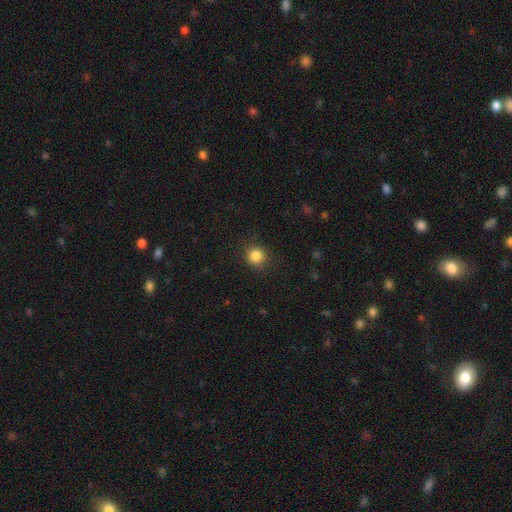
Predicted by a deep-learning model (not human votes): Overall: smooth (84%). How rounded: round (92%). Merging: none (89%).